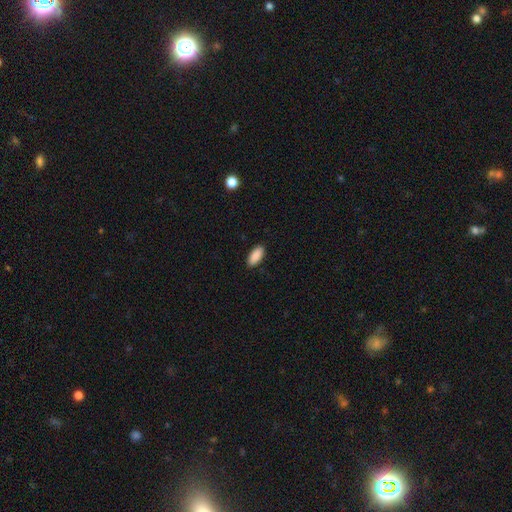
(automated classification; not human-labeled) A smooth galaxy with no disk features (90%) that is in between round and cigar-shaped (87%).

Vote fractions:
- Smooth or featured? smooth: 90% / star or artifact: 6% / featured or disk: 4%
- How rounded? in between: 87% / cigar-shaped: 11% / round: 2%
- Merging? none: 89% / minor disturbance: 8% / major disturbance: 2% / merger: 1%